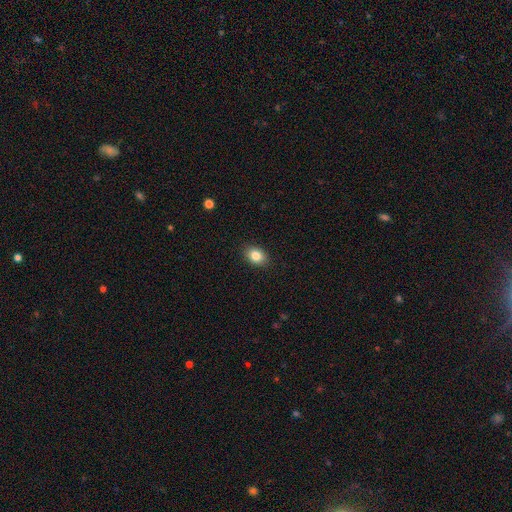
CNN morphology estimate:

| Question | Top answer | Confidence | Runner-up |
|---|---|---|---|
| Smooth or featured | smooth | 84% | star or artifact (9%) |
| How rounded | in between | 71% | round (28%) |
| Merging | none | 88% | minor disturbance (9%) |